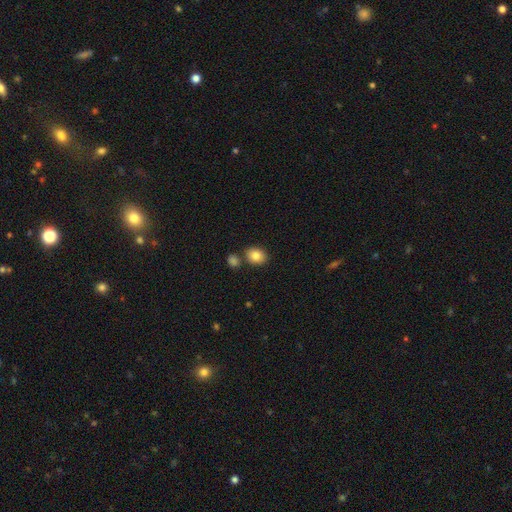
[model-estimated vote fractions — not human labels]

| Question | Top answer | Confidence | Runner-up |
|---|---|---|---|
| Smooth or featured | smooth | 84% | star or artifact (9%) |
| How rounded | in between | 53% | round (46%) |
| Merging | none | 74% | merger (13%) |